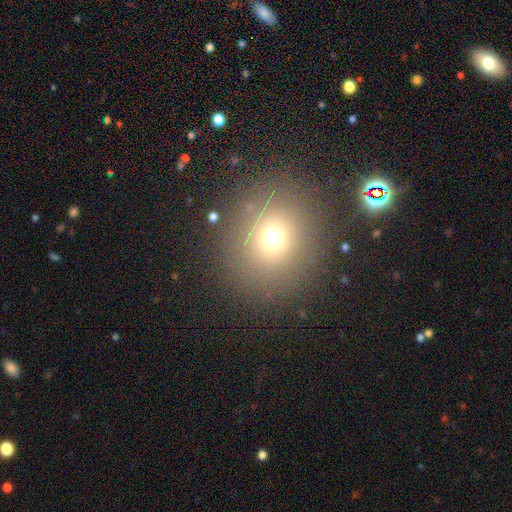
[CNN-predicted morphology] The model was most divided on "smooth or featured": smooth: 64%, star or artifact: 26%, featured or disk: 10%. More confident: merging — none (88%); how rounded — round (83%).